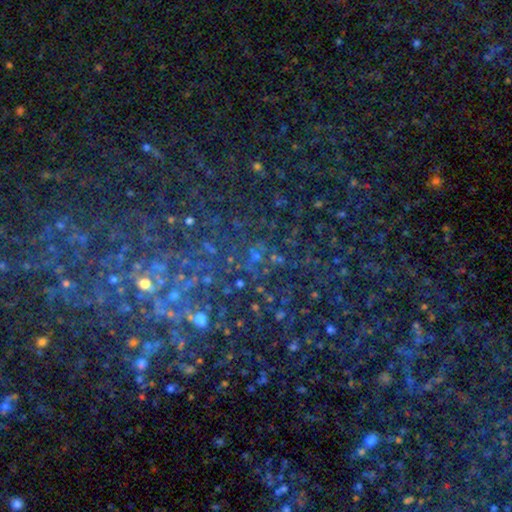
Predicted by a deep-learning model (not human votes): This appears to be a star or artifact, not a galaxy (61%).